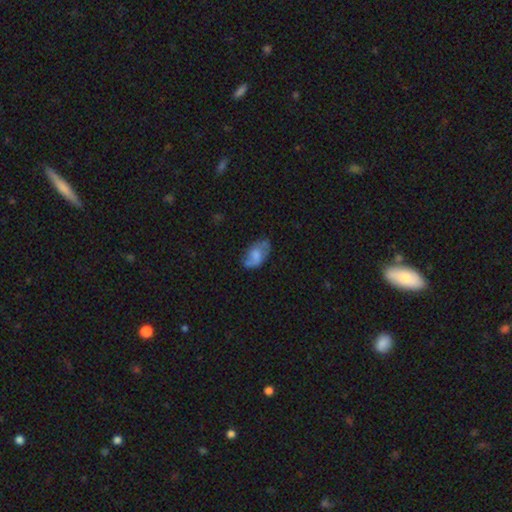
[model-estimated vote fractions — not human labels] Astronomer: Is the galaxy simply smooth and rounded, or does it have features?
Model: smooth — 50% (runner-up: featured or disk, 42%).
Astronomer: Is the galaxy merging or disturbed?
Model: none — 57%.